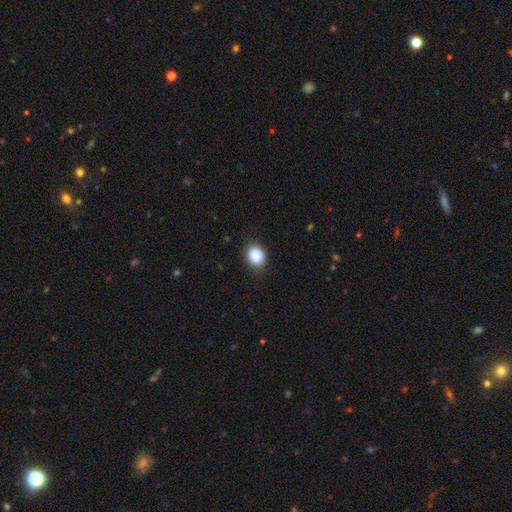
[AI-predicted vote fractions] smooth 88%, star or artifact 8%, featured or disk 4%. Down the decision tree: how rounded — round (58%); merging — none (83%).